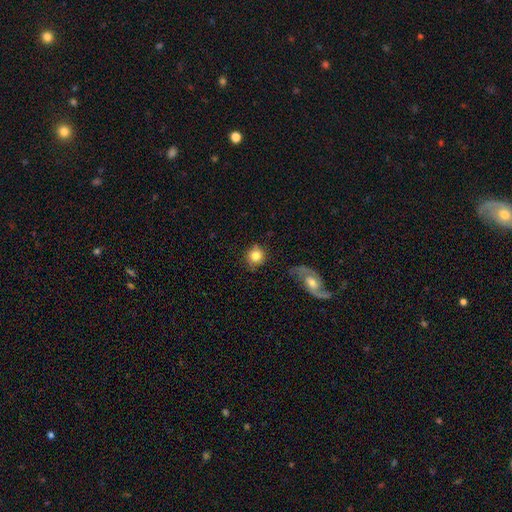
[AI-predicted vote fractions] Smooth or featured? Predicted: smooth (p=0.79). How rounded? Predicted: round (p=0.88). Merging? Predicted: none (p=0.77).